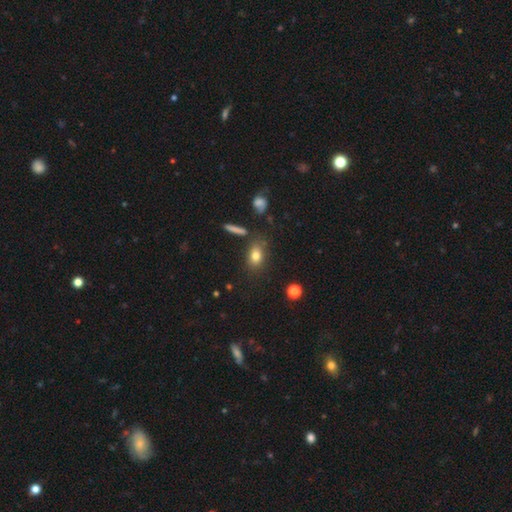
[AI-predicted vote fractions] This appears to be a smooth galaxy with no disk features (78%) that is in between round and cigar-shaped (73%). Merging: none (75%).